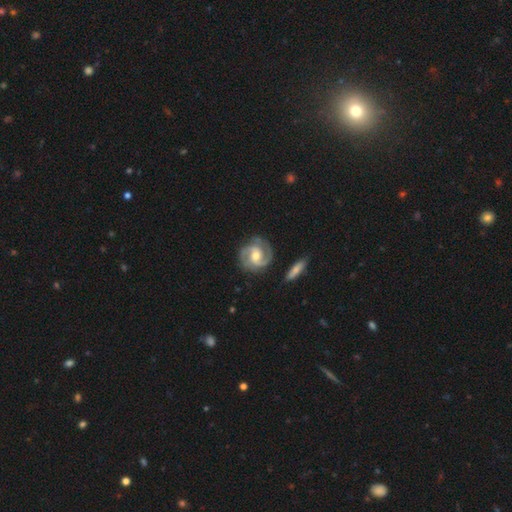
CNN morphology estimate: Smooth or featured: featured or disk — 87% (smooth — 8%)
Edge-on disk: no — 97% (yes — 3%)
Bar: weak — 44% (no — 40%)
Spiral arms: yes — 97% (no — 3%)
Spiral winding: medium — 51% (tight — 38%)
Spiral arm count: 2 — 87% (3 — 5%)
Bulge size: moderate — 65% (small — 25%)
Merging: none — 80% (minor disturbance — 14%)